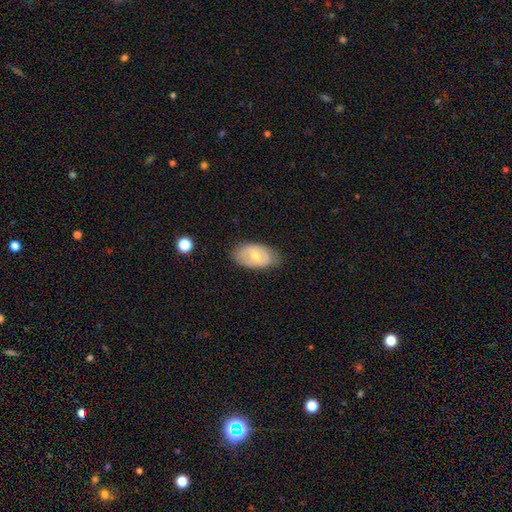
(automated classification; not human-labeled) This is possibly a smooth galaxy (58%). How rounded: clearly in between (92%). Merging: likely none (72%).